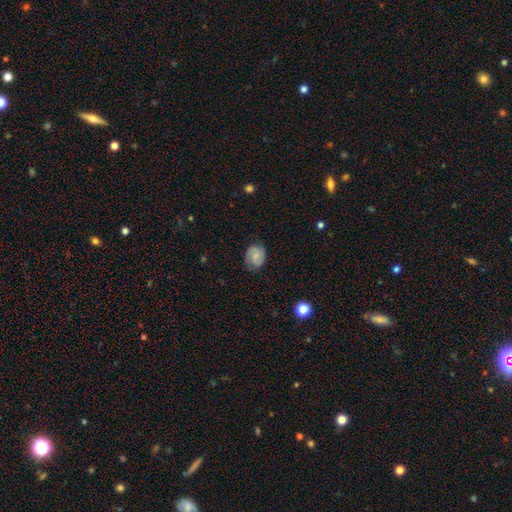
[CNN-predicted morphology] Smooth or featured? Predicted: smooth (p=0.48). Merging? Predicted: none (p=0.75).